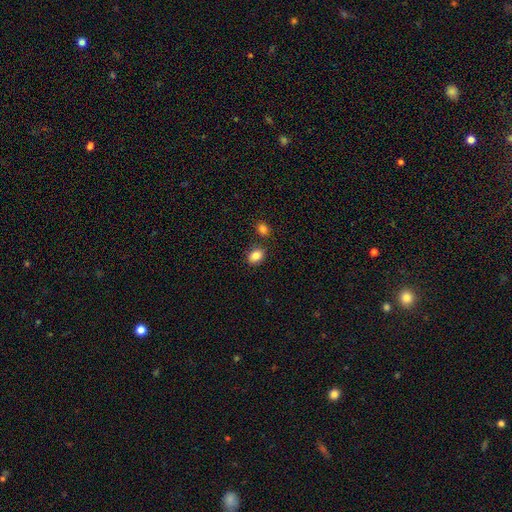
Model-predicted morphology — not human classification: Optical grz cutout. It shows a smooth galaxy with no disk features (85%) that is in between round and cigar-shaped (66%). Merging: none (79%).